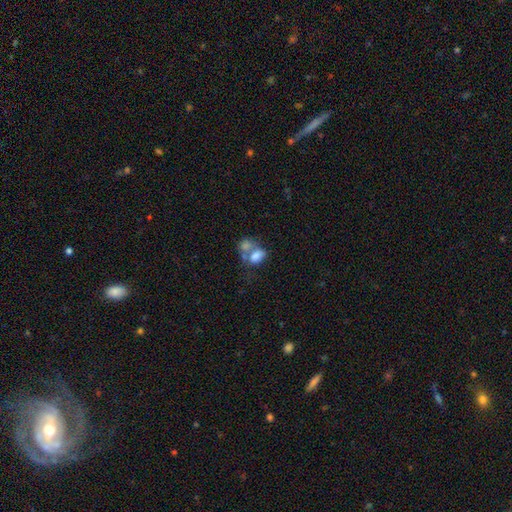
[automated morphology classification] This appears to be a smooth galaxy with no disk features (73%) that is in between round and cigar-shaped (80%). Merging: merger (62%).